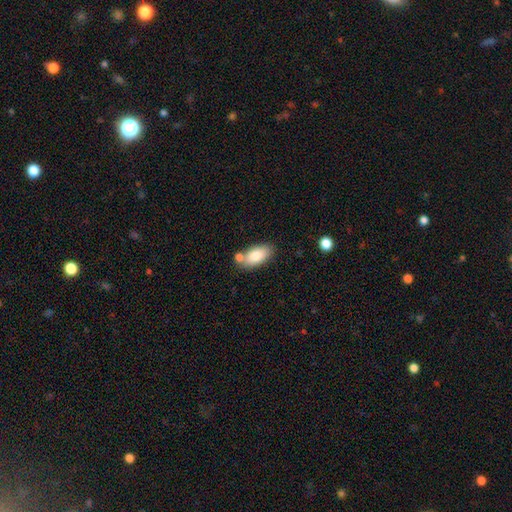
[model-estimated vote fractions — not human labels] Smooth or featured? Predicted: smooth (p=0.82). How rounded? Predicted: in between (p=0.91). Merging? Predicted: none (p=0.62).